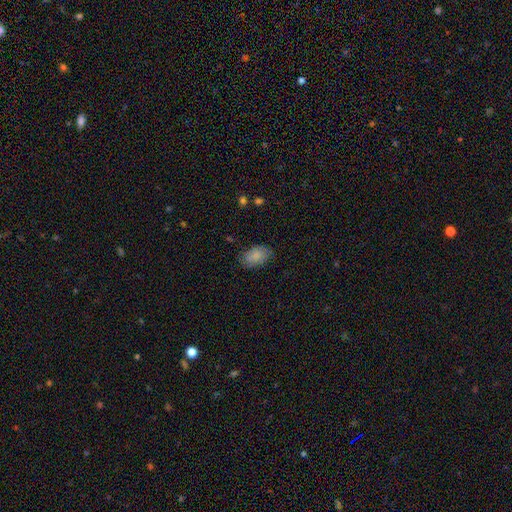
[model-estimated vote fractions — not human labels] A smooth galaxy with no disk features (83%) that is in between round and cigar-shaped (91%). Merging: none (77%).